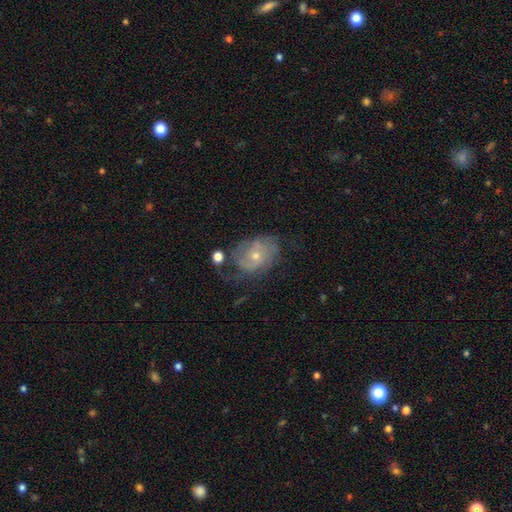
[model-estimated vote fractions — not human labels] Morphology: type=featured or disk (67%); edge-on=no (97%); bar=no (76%); spiral arms=yes (79%); winding=tight (45%); arm count=can't tell (43%); bulge=small (58%); merging=none (50%).